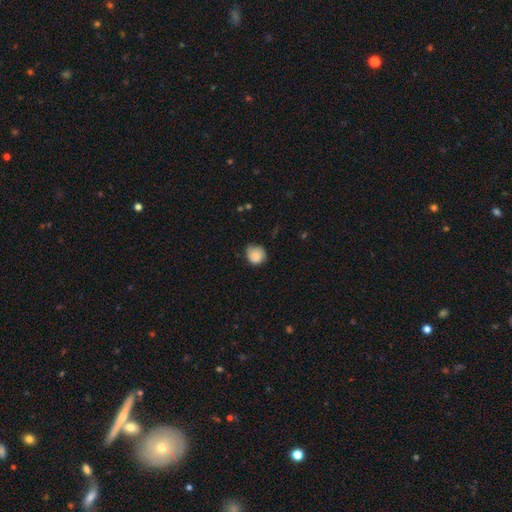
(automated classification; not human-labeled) smooth 83%, featured or disk 9%, star or artifact 8%. Down the decision tree: how rounded — round (83%); merging — none (65%).